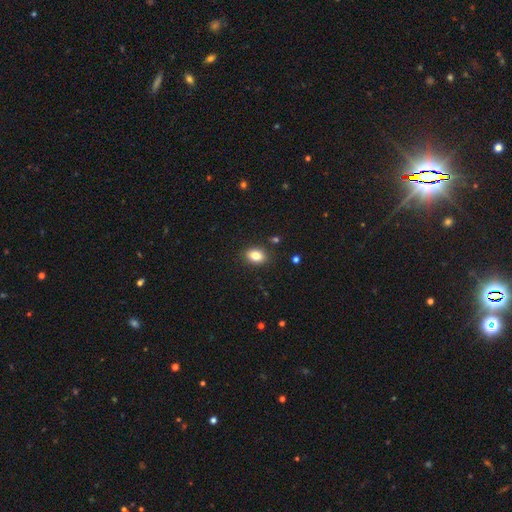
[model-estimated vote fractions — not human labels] Smooth or featured? smooth (82%)
How rounded? in between (74%)
Merging? none (88%)